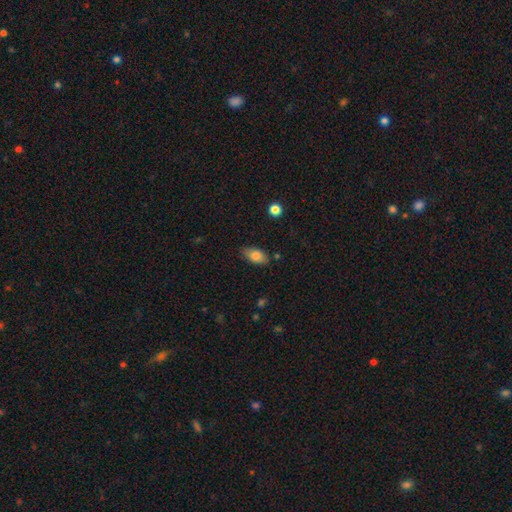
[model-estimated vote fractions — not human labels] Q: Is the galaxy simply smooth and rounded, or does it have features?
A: smooth — 81%.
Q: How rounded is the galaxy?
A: in between — 91%.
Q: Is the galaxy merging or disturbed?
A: none — 79%.